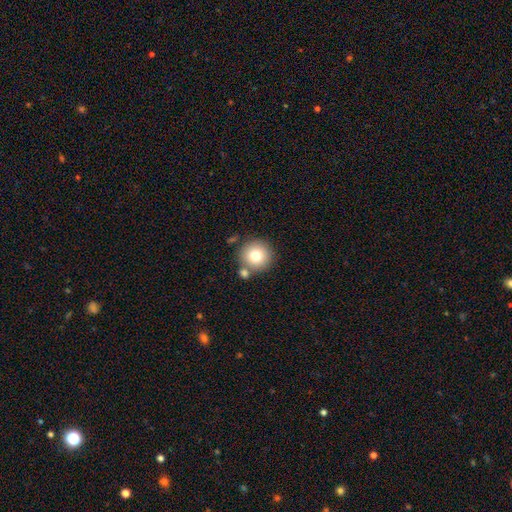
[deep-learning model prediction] A smooth galaxy with no disk features (78%) that is round (94%).

Vote fractions:
- Smooth or featured? smooth: 78% / featured or disk: 12% / star or artifact: 10%
- How rounded? round: 94% / in between: 5% / cigar-shaped: 1%
- Merging? none: 74% / merger: 14% / minor disturbance: 9% / major disturbance: 3%